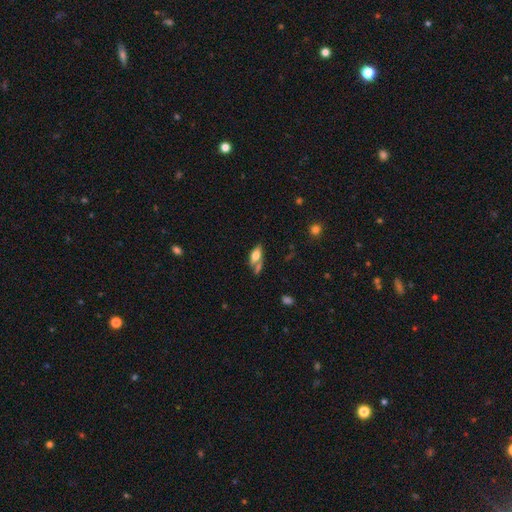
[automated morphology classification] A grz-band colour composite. It shows a smooth galaxy with no disk features (60%) that is in between round and cigar-shaped (77%). Merging: none (47%).